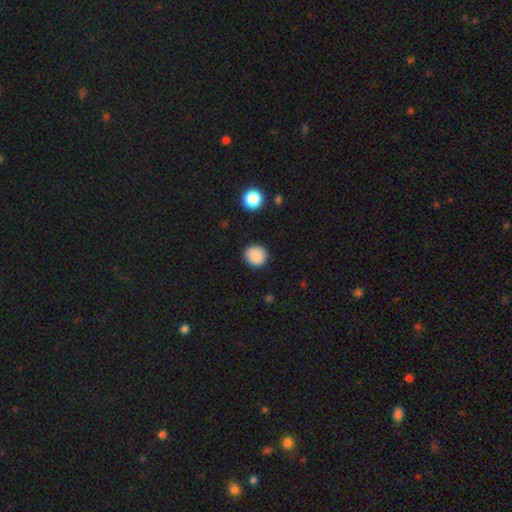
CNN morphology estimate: A smooth galaxy with no disk features (88%) that is round (90%).

Vote fractions:
- Smooth or featured? smooth: 88% / star or artifact: 9% / featured or disk: 3%
- How rounded? round: 90% / in between: 9% / cigar-shaped: 1%
- Merging? none: 88% / minor disturbance: 8% / major disturbance: 2% / merger: 1%